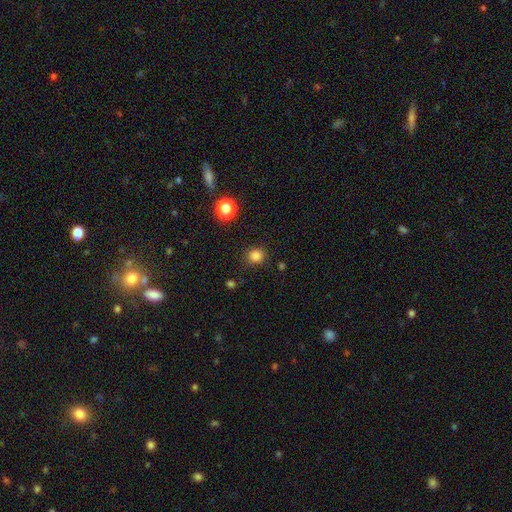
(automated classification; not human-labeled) The model was most divided on "how rounded": round: 82%, in between: 17%, cigar-shaped: 1%. More confident: merging — none (86%); smooth or featured — smooth (83%).